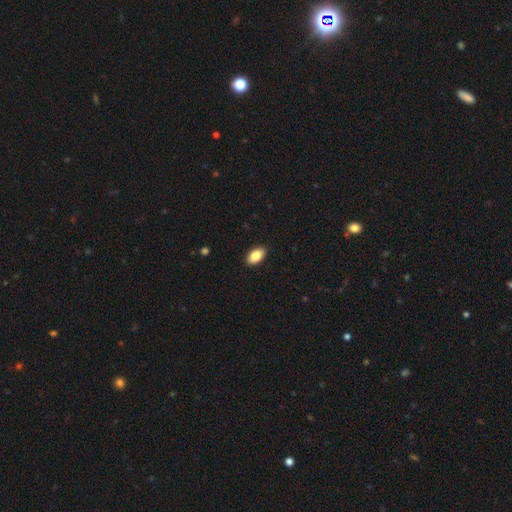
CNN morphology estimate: Overall: smooth (87%). How rounded: in between (93%). Merging: none (89%).